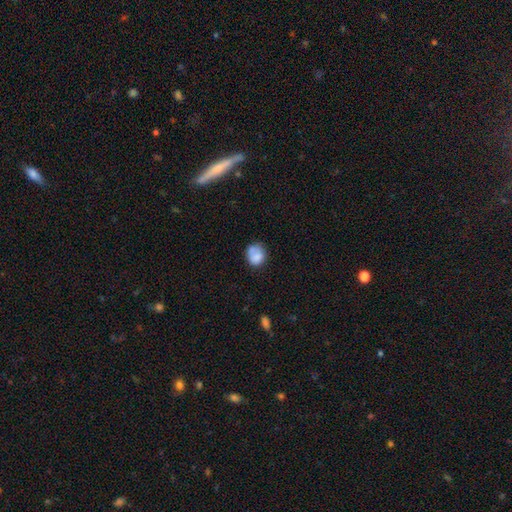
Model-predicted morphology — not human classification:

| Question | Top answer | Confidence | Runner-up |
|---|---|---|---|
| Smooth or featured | smooth | 77% | featured or disk (15%) |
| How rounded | round | 69% | in between (30%) |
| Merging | none | 52% | minor disturbance (23%) |